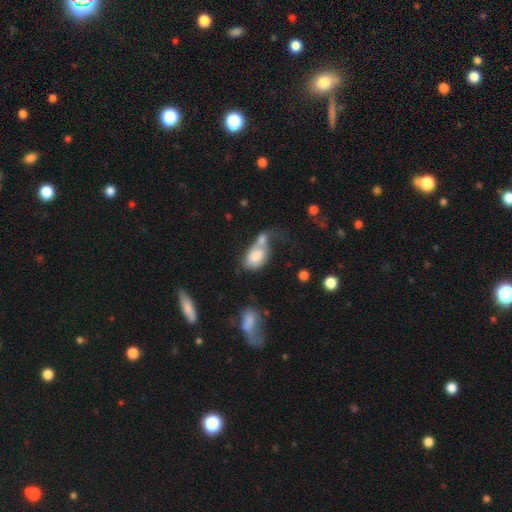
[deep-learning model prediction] The model was most divided on "merging": merger: 53%, none: 21%, minor disturbance: 13%, major disturbance: 13%. More confident: how rounded — in between (83%); smooth or featured — smooth (74%).